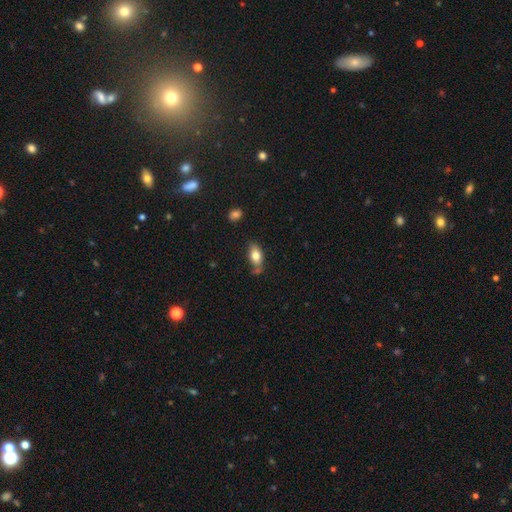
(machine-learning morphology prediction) A smooth galaxy with no disk features (78%) that is in between round and cigar-shaped (89%).

Vote fractions:
- Smooth or featured? smooth: 78% / featured or disk: 14% / star or artifact: 8%
- How rounded? in between: 89% / round: 6% / cigar-shaped: 5%
- Merging? none: 62% / minor disturbance: 23% / merger: 10% / major disturbance: 6%